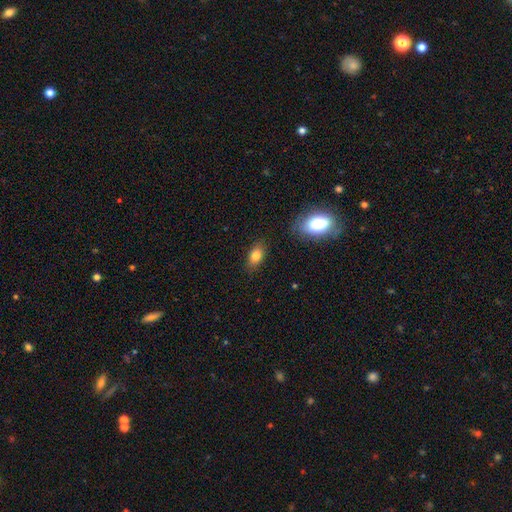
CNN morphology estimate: Smooth or featured? smooth (82%)
How rounded? in between (86%)
Merging? none (83%)